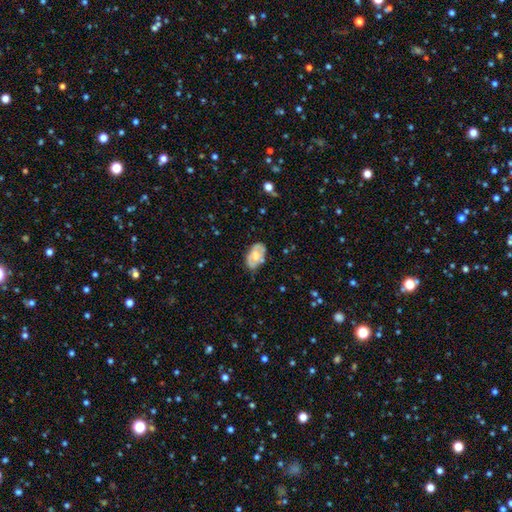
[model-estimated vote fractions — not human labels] Overall: featured or disk (48%; smooth 44%). Merging: none (67%).